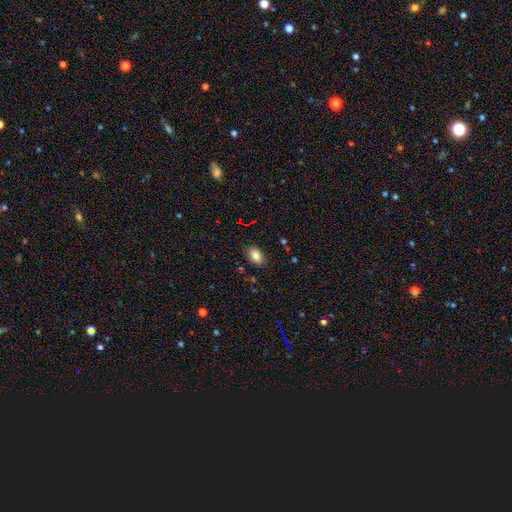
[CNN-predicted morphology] A smooth galaxy with no disk features (84%) that is in between round and cigar-shaped (86%).

Vote fractions:
- Smooth or featured? smooth: 84% / star or artifact: 9% / featured or disk: 7%
- How rounded? in between: 86% / round: 13% / cigar-shaped: 1%
- Merging? none: 85% / minor disturbance: 11% / major disturbance: 3% / merger: 1%